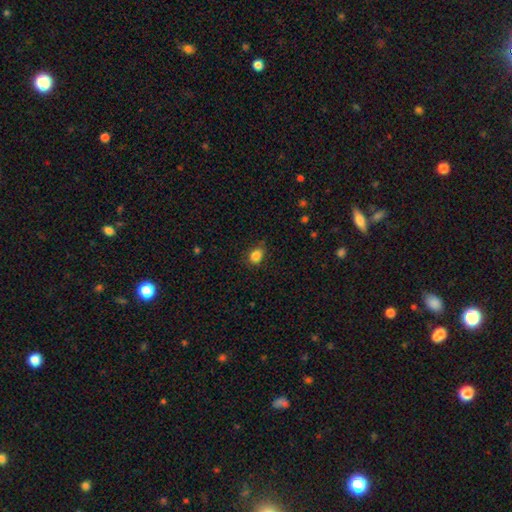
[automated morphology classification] The model was most divided on "how rounded": round: 50%, in between: 49%, cigar-shaped: 1%. More confident: smooth or featured — smooth (85%); merging — none (73%).